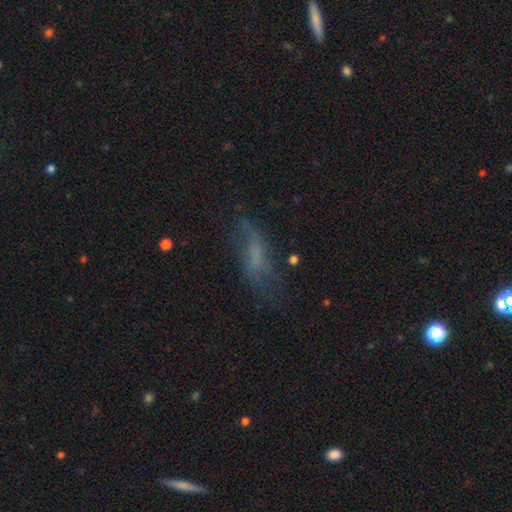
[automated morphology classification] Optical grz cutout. It shows a smooth galaxy with no disk features (47%). Merging: none (48%).